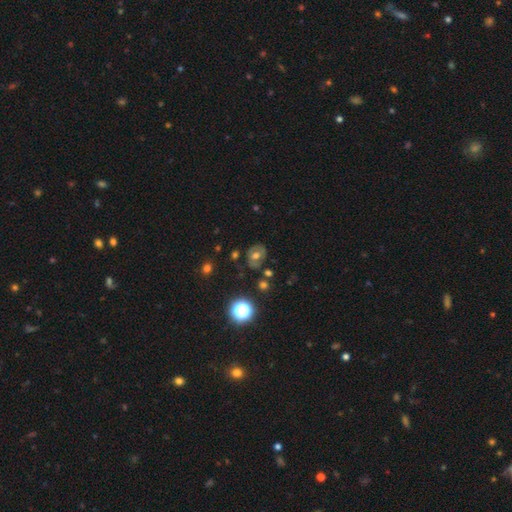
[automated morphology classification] The model was most divided on "smooth or featured": smooth: 47%, featured or disk: 38%, star or artifact: 14%. More confident: merging — none (73%).